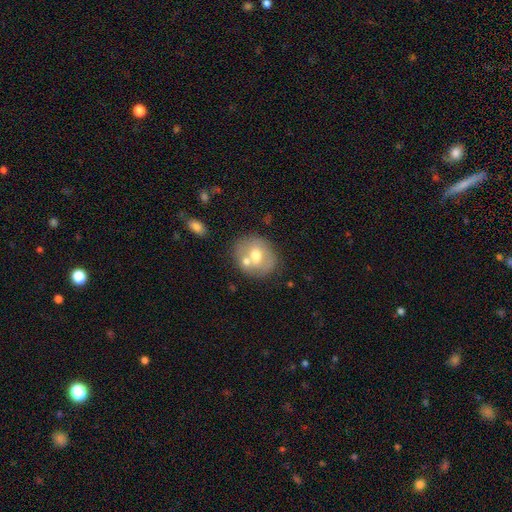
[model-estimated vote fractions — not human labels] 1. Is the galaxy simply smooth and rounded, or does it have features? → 58% smooth, 34% featured or disk, 9% star or artifact.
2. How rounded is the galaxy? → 68% round, 31% in between, 1% cigar-shaped.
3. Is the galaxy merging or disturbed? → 61% none, 21% merger, 14% minor disturbance, 5% major disturbance.